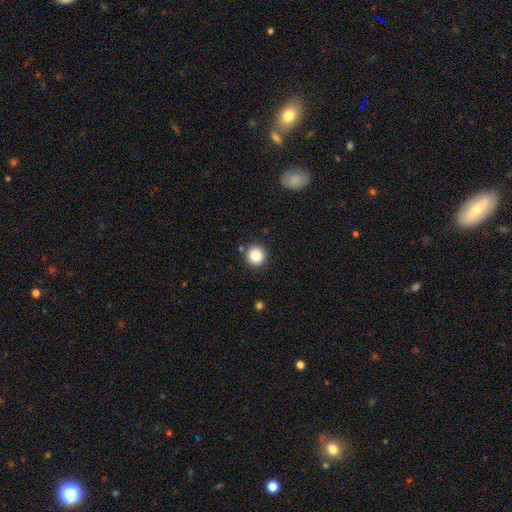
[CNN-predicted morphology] type=smooth (87%); roundness=round (95%); merging=none (88%).